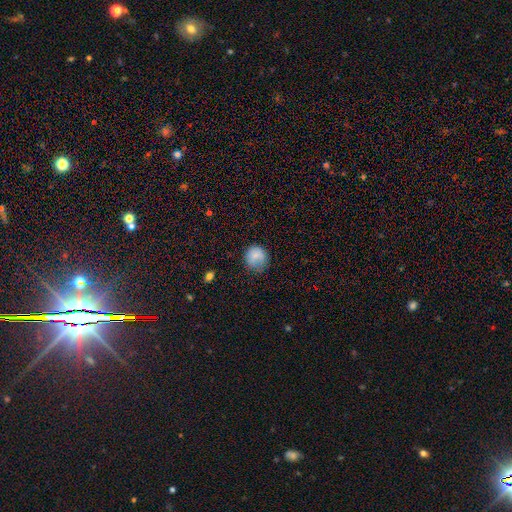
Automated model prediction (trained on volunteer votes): This is likely a smooth galaxy (78%). How rounded: clearly round (82%). Merging: likely none (60%).